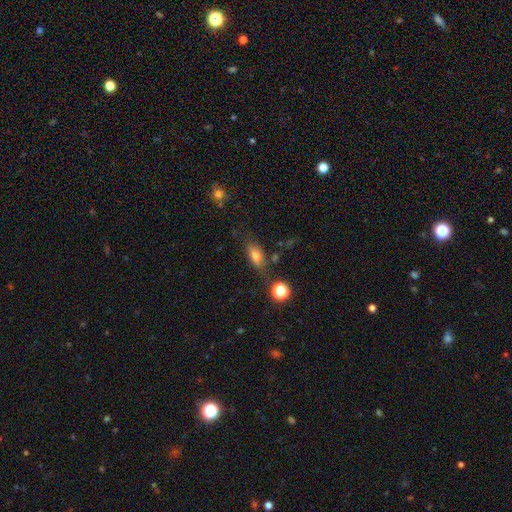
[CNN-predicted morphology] Smooth or featured? smooth (74%)
How rounded? in between (79%)
Merging? none (65%)